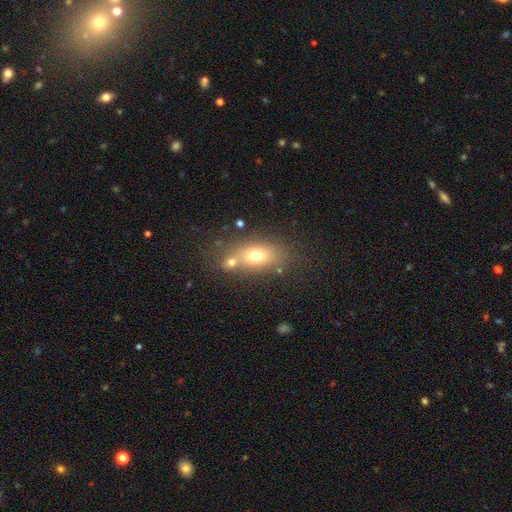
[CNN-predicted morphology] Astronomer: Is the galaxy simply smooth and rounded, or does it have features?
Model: smooth — 70%.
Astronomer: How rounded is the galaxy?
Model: in between — 76%.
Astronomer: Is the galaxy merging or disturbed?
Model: none — 55%.